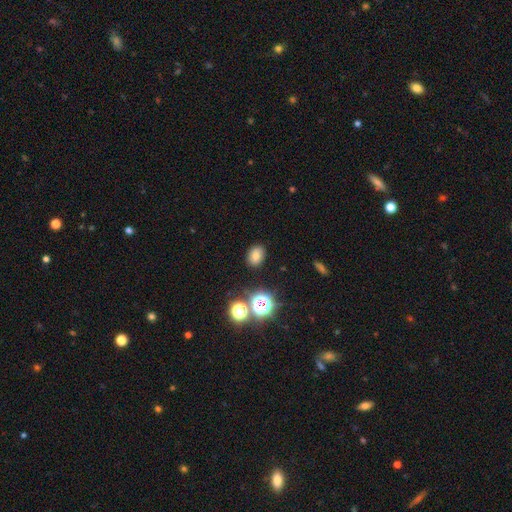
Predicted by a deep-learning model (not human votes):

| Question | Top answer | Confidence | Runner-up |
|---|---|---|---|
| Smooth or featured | smooth | 75% | star or artifact (18%) |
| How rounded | in between | 65% | round (34%) |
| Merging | none | 86% | minor disturbance (9%) |